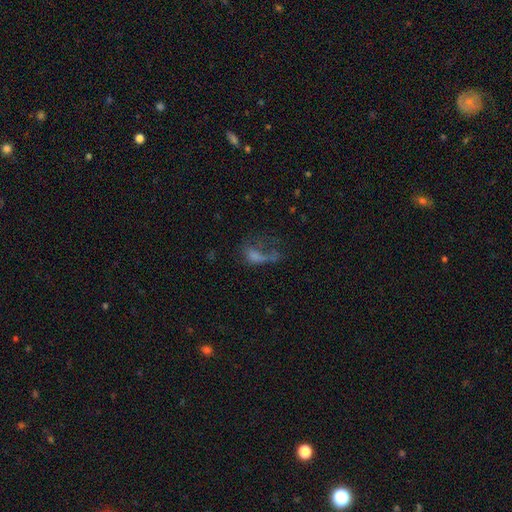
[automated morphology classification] This is marginally a smooth galaxy (41%). Merging: possibly major disturbance (53%).